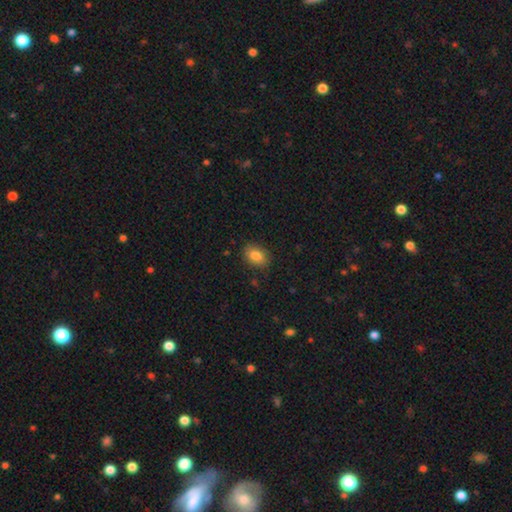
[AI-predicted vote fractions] This is clearly a smooth galaxy (83%). How rounded: likely in between (74%). Merging: clearly none (86%).